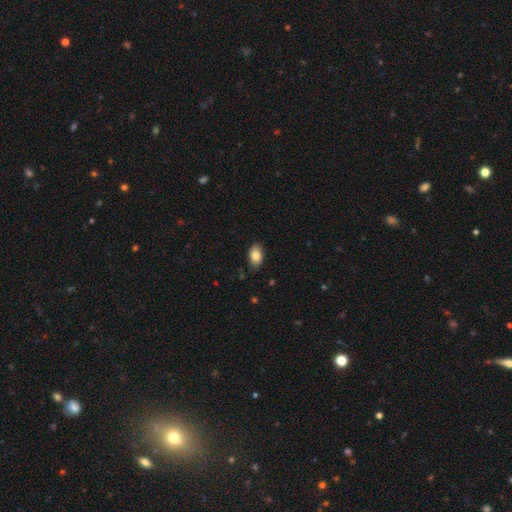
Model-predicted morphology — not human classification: smooth 84%, featured or disk 9%, star or artifact 8%. Down the decision tree: how rounded — in between (88%); merging — none (86%).